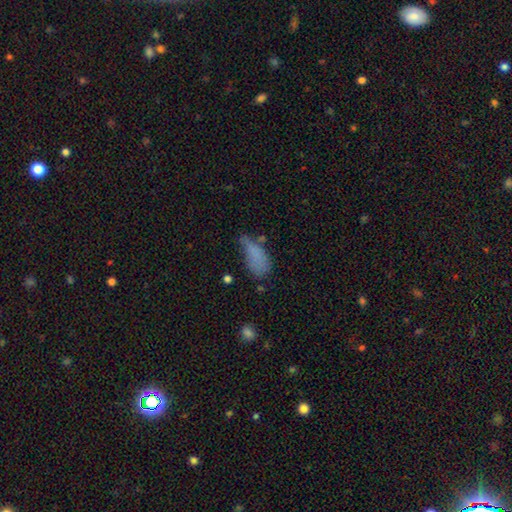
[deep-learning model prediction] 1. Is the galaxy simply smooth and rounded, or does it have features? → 72% smooth, 15% featured or disk, 12% star or artifact.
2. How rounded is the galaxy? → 83% in between, 13% cigar-shaped, 4% round.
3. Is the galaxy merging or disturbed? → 34% minor disturbance, 31% none, 27% major disturbance, 7% merger.